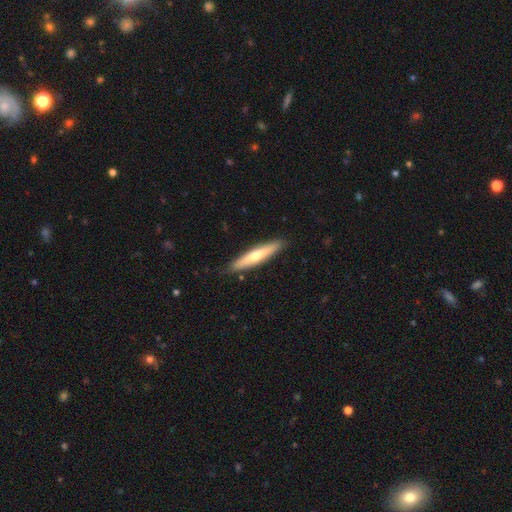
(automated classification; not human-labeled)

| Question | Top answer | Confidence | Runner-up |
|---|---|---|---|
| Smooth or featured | smooth | 58% | featured or disk (37%) |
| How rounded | cigar-shaped | 89% | in between (10%) |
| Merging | none | 88% | minor disturbance (9%) |